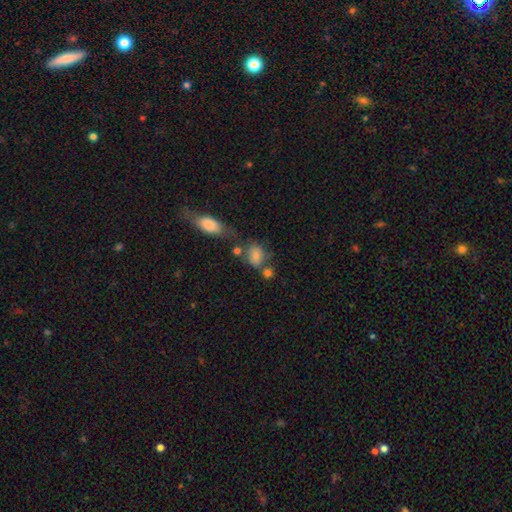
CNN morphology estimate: Smooth or featured?
  - smooth: 77% *
  - featured or disk: 13%
  - star or artifact: 10%
How rounded?
  - in between: 61% *
  - round: 37%
  - cigar-shaped: 2%
Merging?
  - none: 46% *
  - merger: 26%
  - minor disturbance: 19%
  - major disturbance: 10%